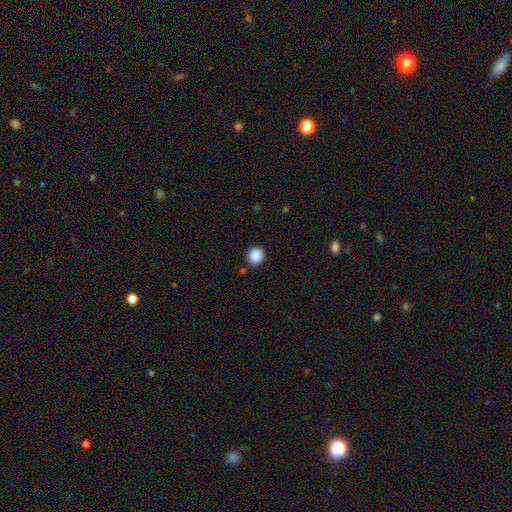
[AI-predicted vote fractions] Smooth or featured: smooth — 88% (star or artifact — 9%)
How rounded: round — 85% (in between — 14%)
Merging: none — 88% (minor disturbance — 7%)